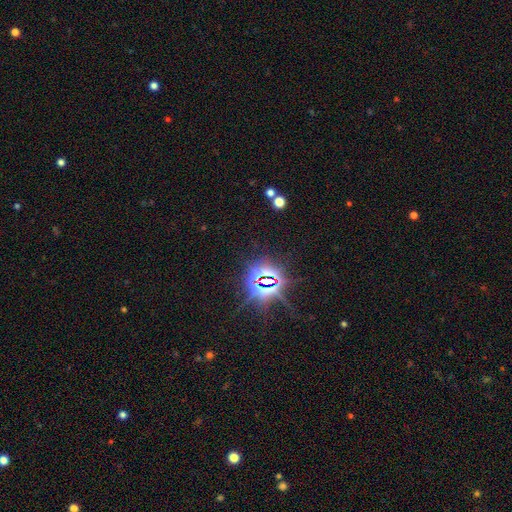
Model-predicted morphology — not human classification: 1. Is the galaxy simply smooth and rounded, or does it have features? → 84% star or artifact, 9% smooth, 7% featured or disk.